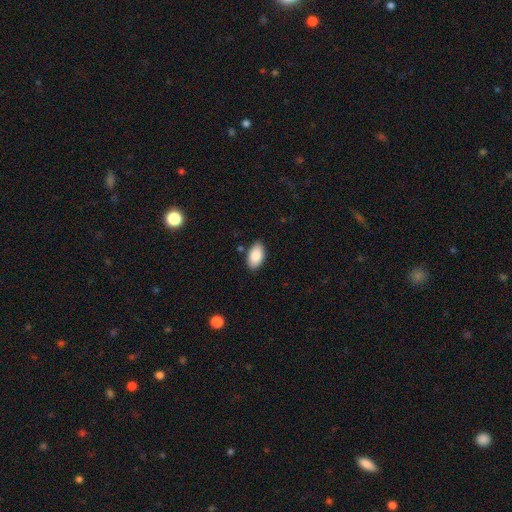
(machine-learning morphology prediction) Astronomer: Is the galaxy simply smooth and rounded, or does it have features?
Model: smooth — 88%.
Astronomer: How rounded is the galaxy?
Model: in between — 95%.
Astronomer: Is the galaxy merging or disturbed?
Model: none — 85%.